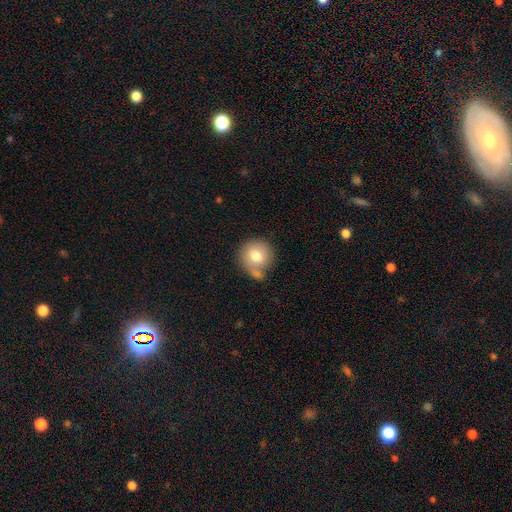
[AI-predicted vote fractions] smooth_or_featured: smooth (p=0.76) [alt: featured or disk p=0.16]
how_rounded: round (p=0.89) [alt: in between p=0.10]
merging: none (p=0.53) [alt: merger p=0.24]